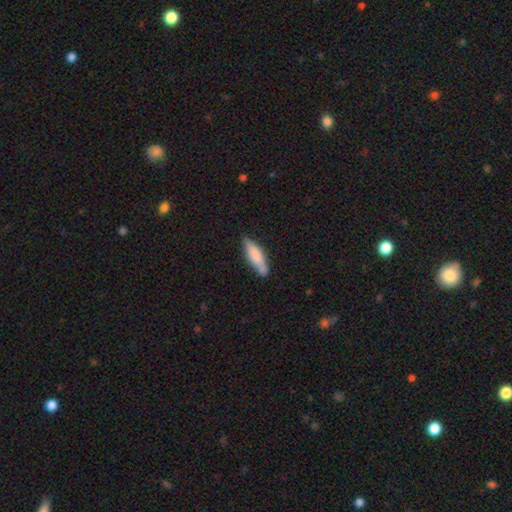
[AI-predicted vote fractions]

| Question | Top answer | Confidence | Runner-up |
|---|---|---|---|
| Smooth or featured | smooth | 77% | featured or disk (18%) |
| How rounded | cigar-shaped | 62% | in between (36%) |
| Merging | none | 75% | minor disturbance (19%) |